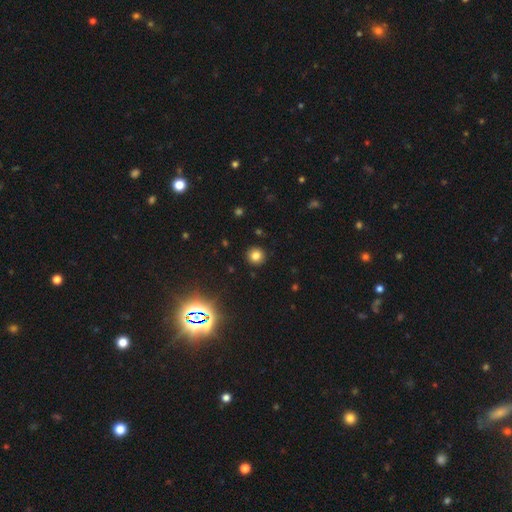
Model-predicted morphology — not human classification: type=smooth (79%); roundness=round (93%); merging=none (92%).